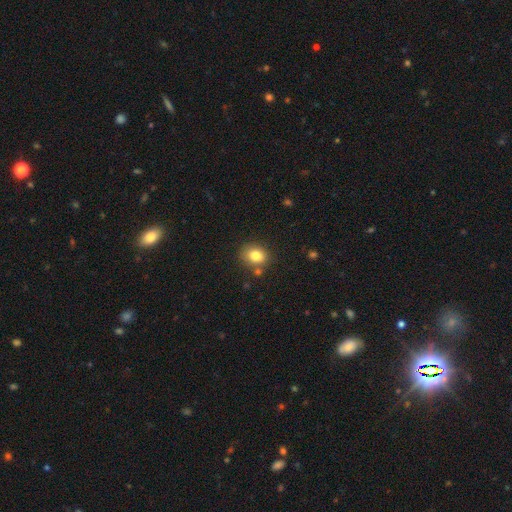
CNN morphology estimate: A smooth galaxy with no disk features (82%) that is round (52%). Merging: none (76%).